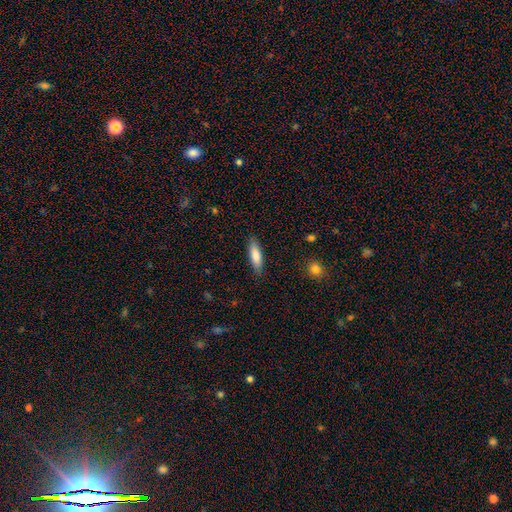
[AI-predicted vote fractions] smooth_or_featured: smooth (p=0.80) [alt: featured or disk p=0.14]
how_rounded: cigar-shaped (p=0.56) [alt: in between p=0.42]
merging: none (p=0.86) [alt: minor disturbance p=0.11]